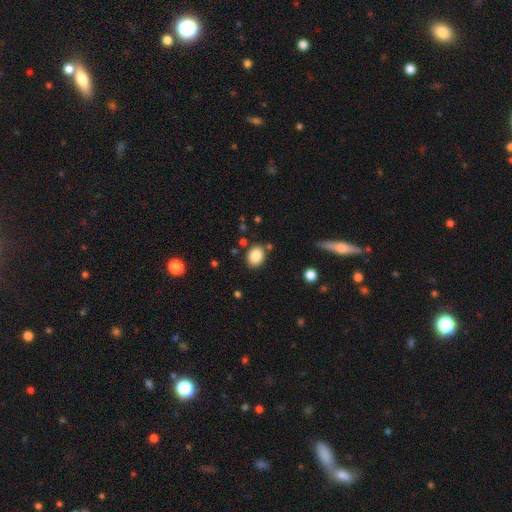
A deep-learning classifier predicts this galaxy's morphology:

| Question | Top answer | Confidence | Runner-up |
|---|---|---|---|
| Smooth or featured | smooth | 85% | star or artifact (9%) |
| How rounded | in between | 54% | round (45%) |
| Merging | none | 82% | minor disturbance (11%) |